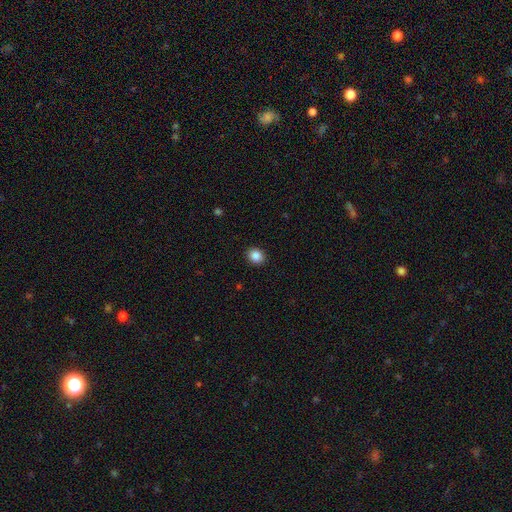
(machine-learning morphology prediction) Q: Smooth or featured?
A: smooth (87%); runner-up: star or artifact (9%)
Q: How rounded?
A: round (61%); runner-up: in between (38%)
Q: Merging?
A: none (91%); runner-up: minor disturbance (6%)